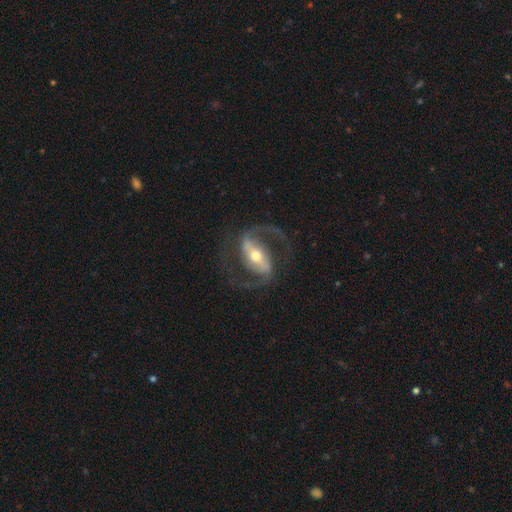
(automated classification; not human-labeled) This is clearly a featured or disk galaxy (91%). It is clearly not viewed edge-on (96%). Bar: likely strong (62%). Spiral arm pattern: clearly yes (96%). Spiral arm count: clearly 2 (93%). Spiral winding: possibly medium (59%). Central bulge: likely moderate (61%). Merging: likely none (78%).